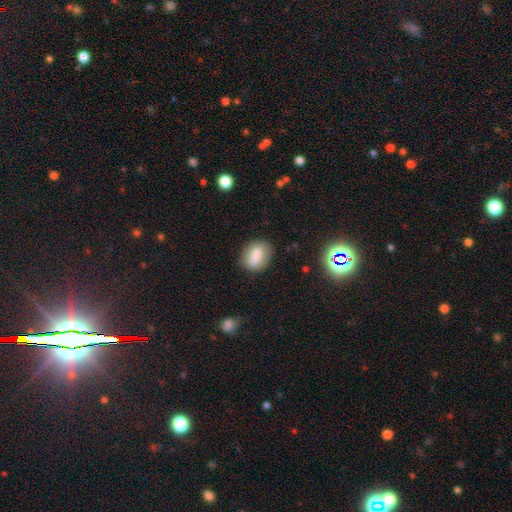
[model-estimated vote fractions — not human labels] The model was most divided on "how rounded": in between: 69%, round: 29%, cigar-shaped: 2%. More confident: smooth or featured — smooth (80%); merging — none (79%).